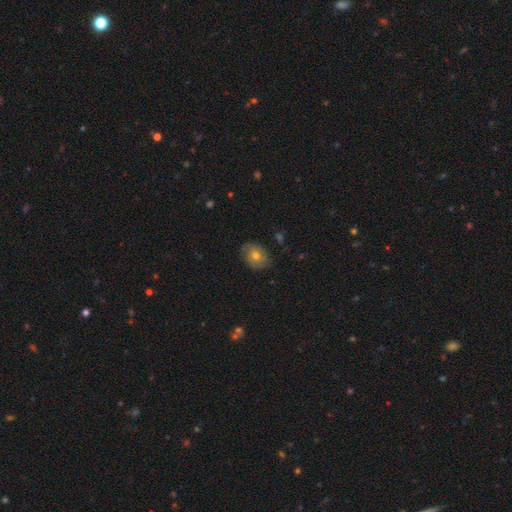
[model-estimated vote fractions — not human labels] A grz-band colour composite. It shows a smooth galaxy with no disk features (57%) that is in between round and cigar-shaped (52%). Merging: none (76%).